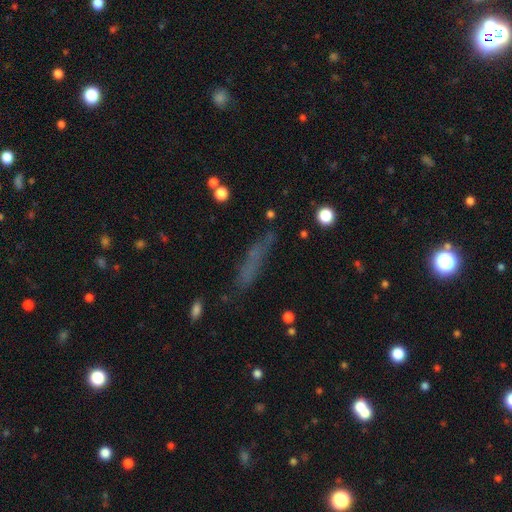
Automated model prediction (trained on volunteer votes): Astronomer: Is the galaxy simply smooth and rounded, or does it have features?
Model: smooth — 54%.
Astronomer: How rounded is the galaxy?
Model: cigar-shaped — 81%.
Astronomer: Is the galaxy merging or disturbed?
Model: none — 70%.